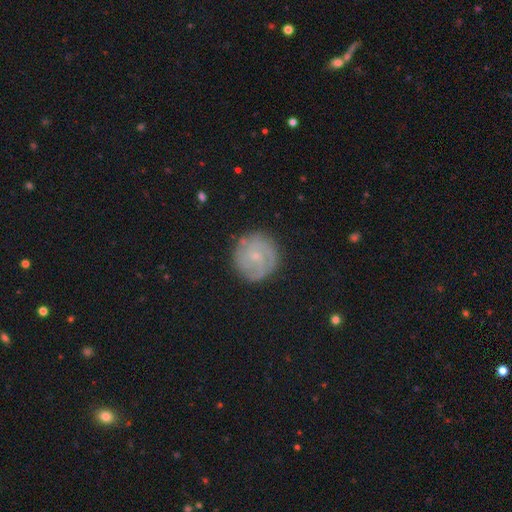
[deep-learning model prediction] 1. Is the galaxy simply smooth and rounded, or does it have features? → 68% featured or disk, 24% smooth, 7% star or artifact.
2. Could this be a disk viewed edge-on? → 98% no, 2% yes.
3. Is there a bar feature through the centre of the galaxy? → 69% no, 27% weak, 4% strong.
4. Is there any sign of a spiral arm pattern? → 89% yes, 11% no.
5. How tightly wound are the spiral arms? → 64% tight, 28% medium, 8% loose.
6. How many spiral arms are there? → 32% 2, 31% can't tell, 19% 3, 6% 4, 6% 1, 5% more than 4.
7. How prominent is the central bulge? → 80% small, 14% moderate, 4% none, 1% large, 1% dominant.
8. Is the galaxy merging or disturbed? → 83% none, 12% minor disturbance, 4% major disturbance, 1% merger.